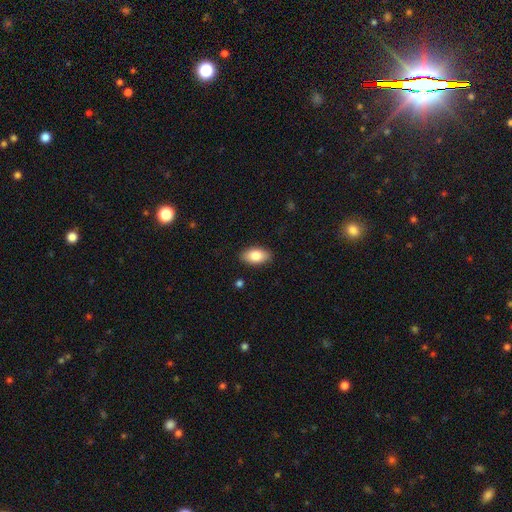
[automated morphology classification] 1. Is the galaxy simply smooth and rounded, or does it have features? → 84% smooth, 10% featured or disk, 7% star or artifact.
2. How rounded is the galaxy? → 93% in between, 4% round, 3% cigar-shaped.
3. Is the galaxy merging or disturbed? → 88% none, 9% minor disturbance, 2% major disturbance, 1% merger.